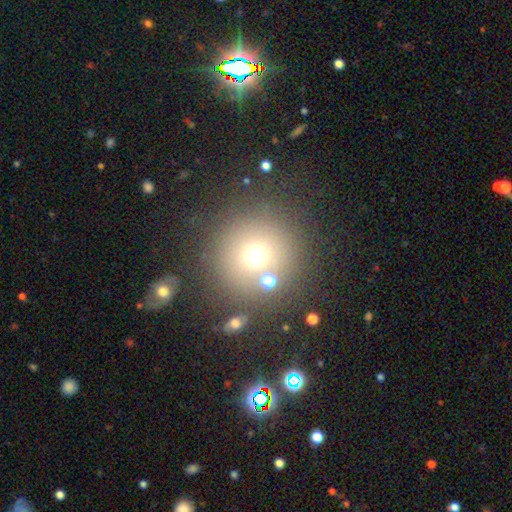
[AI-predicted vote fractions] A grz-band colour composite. It shows a smooth galaxy with no disk features (67%) that is round (94%). Merging: none (76%).